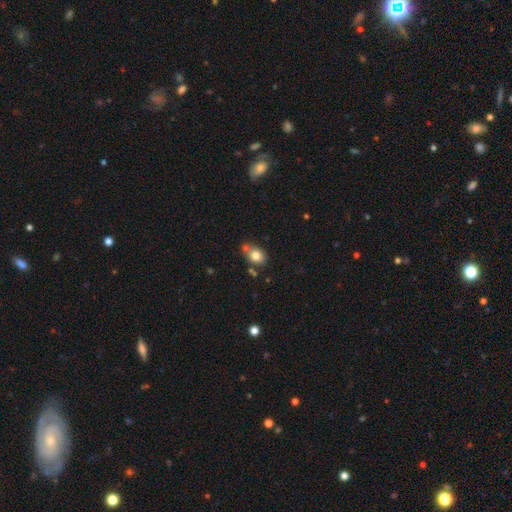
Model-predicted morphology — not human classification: A smooth galaxy with no disk features (77%) that is in between round and cigar-shaped (65%).

Vote fractions:
- Smooth or featured? smooth: 77% / featured or disk: 13% / star or artifact: 10%
- How rounded? in between: 65% / round: 34% / cigar-shaped: 1%
- Merging? none: 57% / merger: 20% / minor disturbance: 18% / major disturbance: 5%